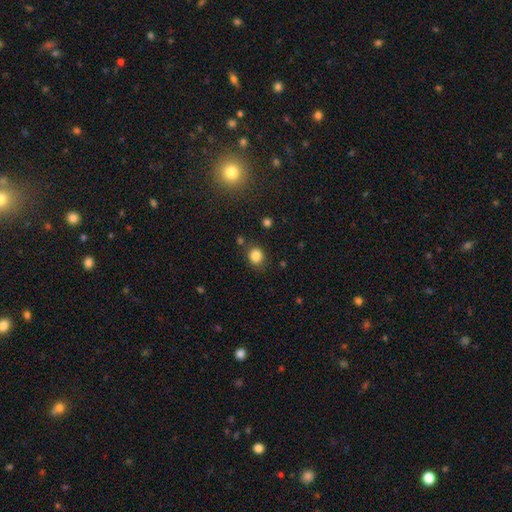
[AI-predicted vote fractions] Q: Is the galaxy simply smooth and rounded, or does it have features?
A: smooth — 84%.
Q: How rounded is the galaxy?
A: round — 70%.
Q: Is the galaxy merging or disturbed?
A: none — 81%.